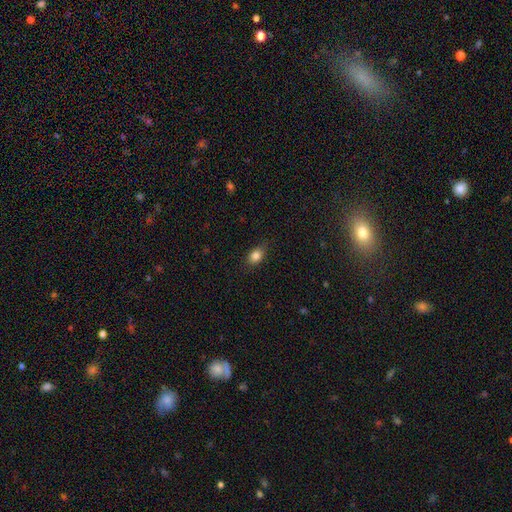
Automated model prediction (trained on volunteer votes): Q: Smooth or featured?
A: smooth (84%); runner-up: star or artifact (9%)
Q: How rounded?
A: in between (76%); runner-up: round (22%)
Q: Merging?
A: none (81%); runner-up: minor disturbance (15%)